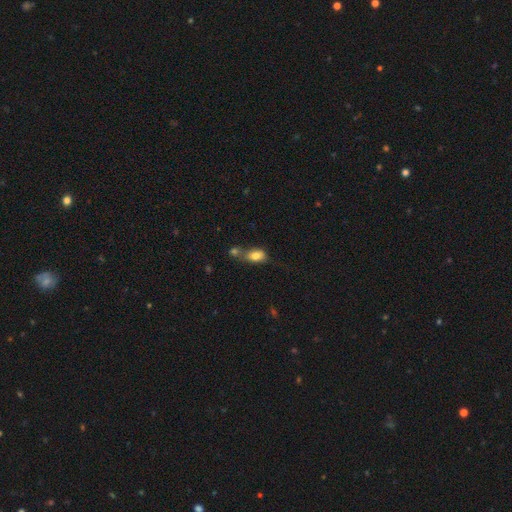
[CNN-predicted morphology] smooth 79%, featured or disk 12%, star or artifact 9%. Down the decision tree: how rounded — in between (83%); merging — merger (45%).